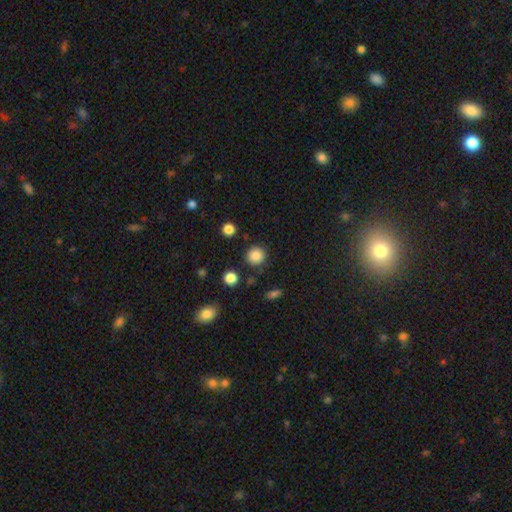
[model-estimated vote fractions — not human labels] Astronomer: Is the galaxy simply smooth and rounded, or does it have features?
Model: smooth — 86%.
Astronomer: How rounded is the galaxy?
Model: round — 93%.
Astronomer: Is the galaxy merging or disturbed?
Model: none — 86%.